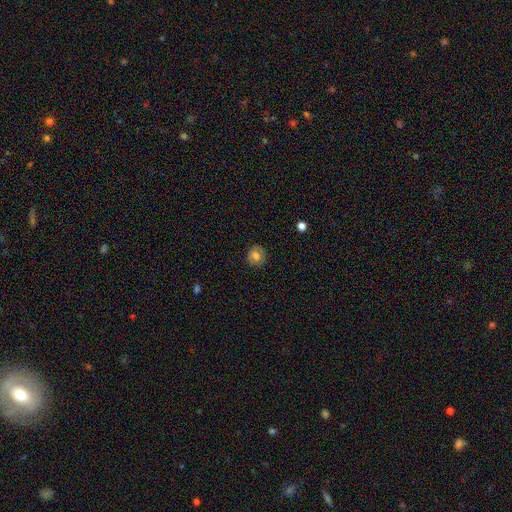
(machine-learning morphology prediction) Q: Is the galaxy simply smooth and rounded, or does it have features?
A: smooth — 74%.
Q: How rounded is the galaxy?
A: round — 85%.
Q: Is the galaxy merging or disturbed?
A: none — 85%.